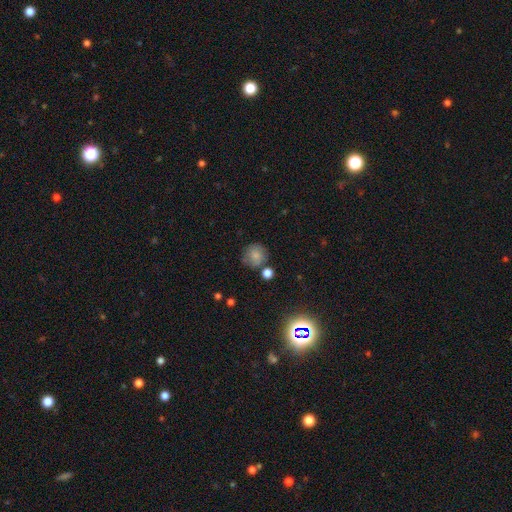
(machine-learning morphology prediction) smooth_or_featured: smooth (p=0.78) [alt: star or artifact p=0.12]
how_rounded: round (p=0.90) [alt: in between p=0.09]
merging: none (p=0.70) [alt: minor disturbance p=0.16]